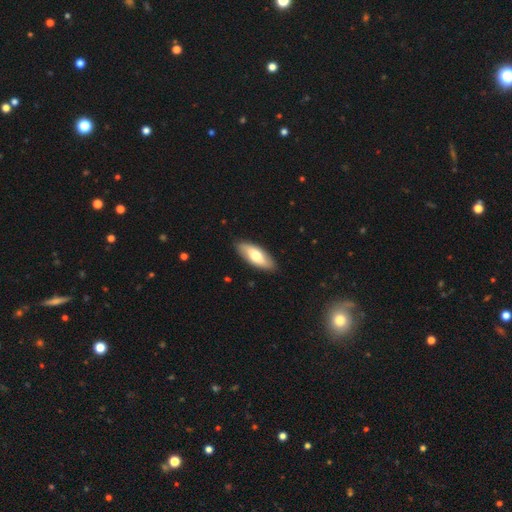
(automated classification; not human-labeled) The model was most divided on "smooth or featured": smooth: 64%, featured or disk: 31%, star or artifact: 5%. More confident: merging — none (89%); how rounded — in between (76%).